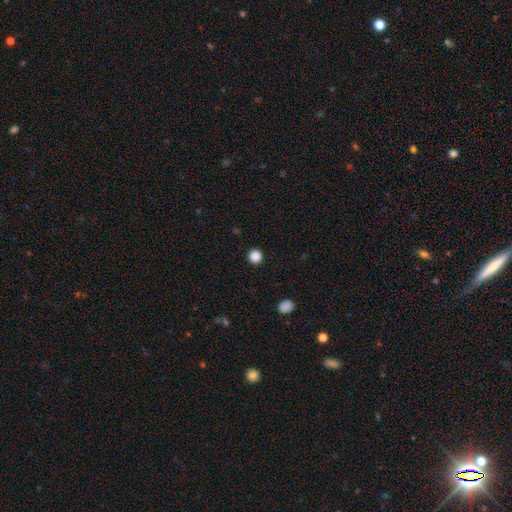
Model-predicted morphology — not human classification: This is clearly a smooth galaxy (86%). How rounded: clearly round (96%). Merging: clearly none (94%).